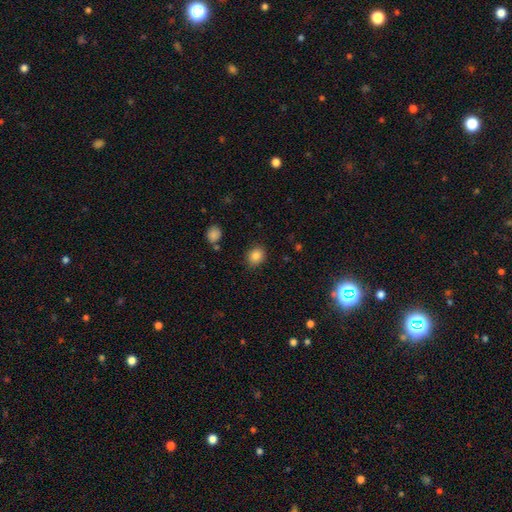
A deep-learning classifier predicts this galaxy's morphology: Smooth or featured?
  - smooth: 84% *
  - star or artifact: 10%
  - featured or disk: 5%
How rounded?
  - round: 60% *
  - in between: 39%
  - cigar-shaped: 1%
Merging?
  - none: 85% *
  - minor disturbance: 10%
  - major disturbance: 3%
  - merger: 2%